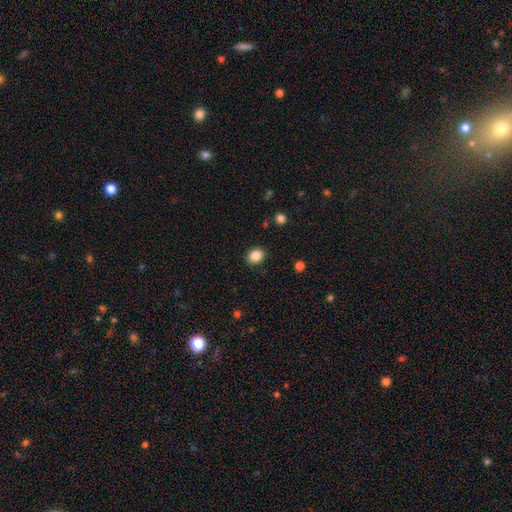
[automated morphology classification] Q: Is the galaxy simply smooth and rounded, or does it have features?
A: smooth — 86%.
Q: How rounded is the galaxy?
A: round — 62%.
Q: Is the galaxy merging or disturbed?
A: none — 89%.